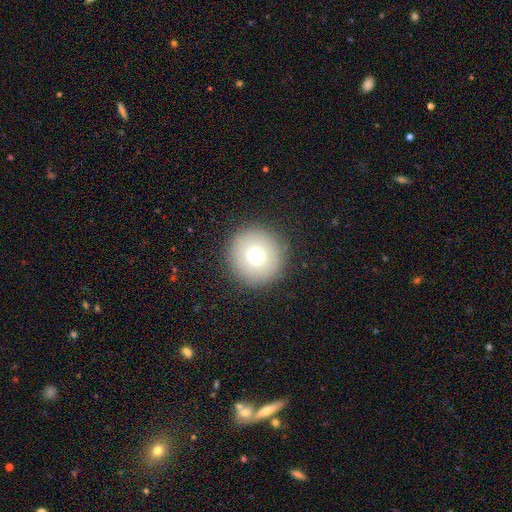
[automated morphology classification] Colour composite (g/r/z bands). It shows a smooth galaxy with no disk features (73%) that is round (96%). Merging: none (91%).